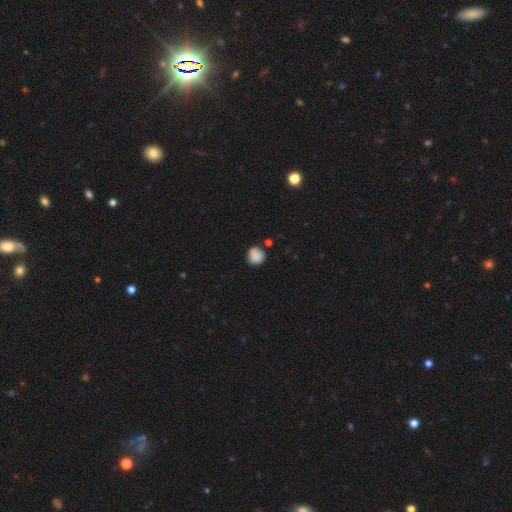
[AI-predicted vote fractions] smooth 86%, star or artifact 9%, featured or disk 5%. Down the decision tree: how rounded — round (90%); merging — none (75%).